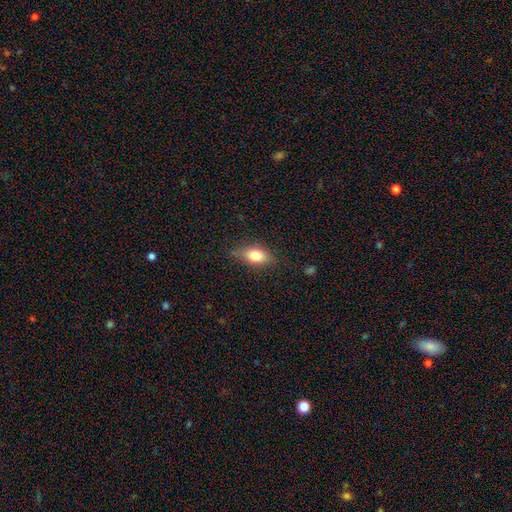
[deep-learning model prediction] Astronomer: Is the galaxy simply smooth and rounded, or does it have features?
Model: smooth — 78%.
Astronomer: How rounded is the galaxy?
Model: in between — 84%.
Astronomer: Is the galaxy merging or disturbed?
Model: none — 76%.